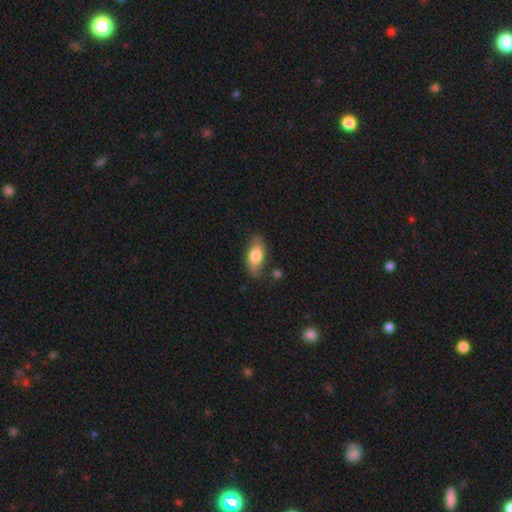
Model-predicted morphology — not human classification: smooth 77%, featured or disk 16%, star or artifact 6%. Down the decision tree: how rounded — in between (85%); merging — none (77%).